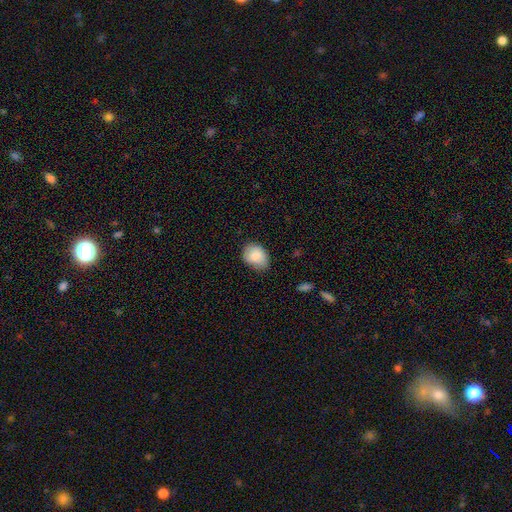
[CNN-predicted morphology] smooth_or_featured: smooth (p=0.85) [alt: featured or disk p=0.08]
how_rounded: in between (p=0.67) [alt: round p=0.32]
merging: none (p=0.69) [alt: minor disturbance p=0.25]